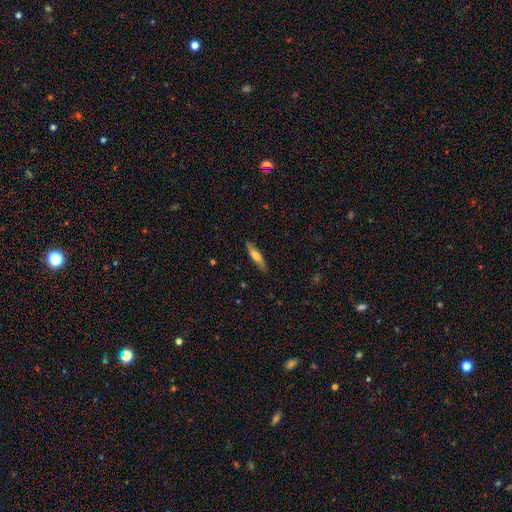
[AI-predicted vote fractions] smooth 66%, featured or disk 28%, star or artifact 6%. Down the decision tree: how rounded — cigar-shaped (78%); merging — none (85%).